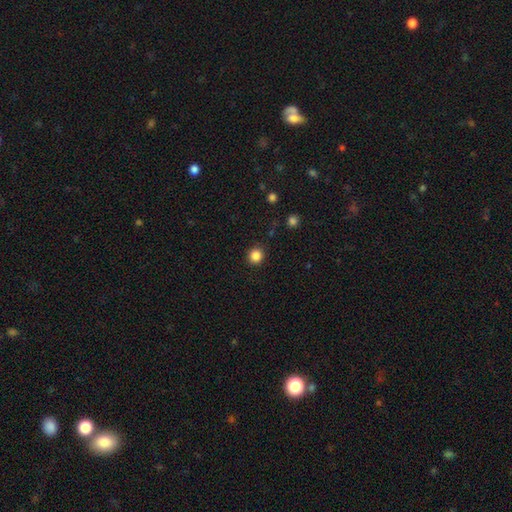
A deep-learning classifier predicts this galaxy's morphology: This is clearly a smooth galaxy (85%). How rounded: clearly round (91%). Merging: clearly none (90%).